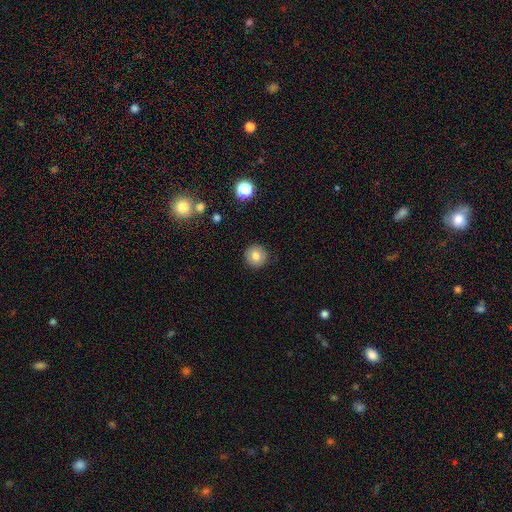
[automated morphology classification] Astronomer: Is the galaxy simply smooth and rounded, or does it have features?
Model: smooth — 79%.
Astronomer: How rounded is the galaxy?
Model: round — 95%.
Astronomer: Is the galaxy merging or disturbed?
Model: none — 91%.